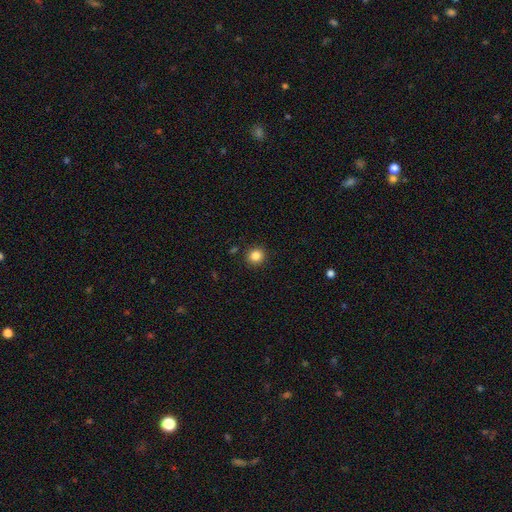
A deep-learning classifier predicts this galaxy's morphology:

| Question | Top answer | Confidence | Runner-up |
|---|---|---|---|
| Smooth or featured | smooth | 85% | star or artifact (11%) |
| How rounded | round | 91% | in between (8%) |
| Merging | none | 90% | minor disturbance (6%) |